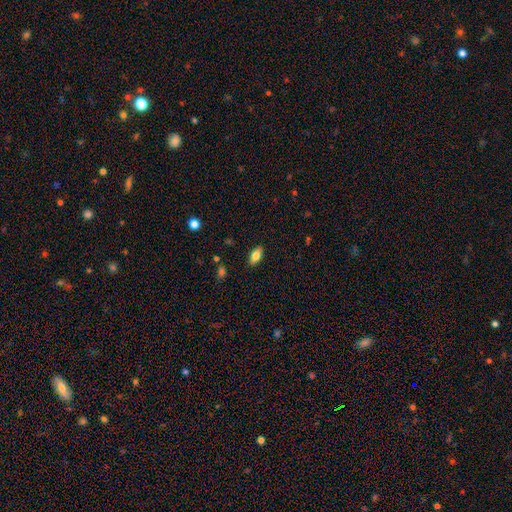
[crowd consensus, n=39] Smooth or featured: smooth — 87% (featured or disk — 10%)
How rounded: in between — 94% (round — 3%)
Merging: none — 89% (minor disturbance — 11%)